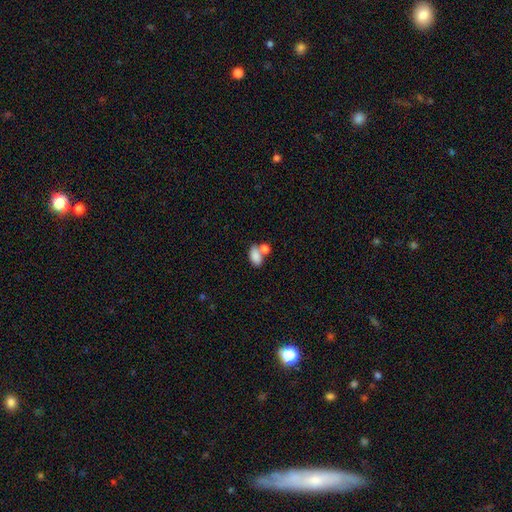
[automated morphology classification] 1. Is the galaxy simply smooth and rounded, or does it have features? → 83% smooth, 9% featured or disk, 8% star or artifact.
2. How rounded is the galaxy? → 91% in between, 7% round, 2% cigar-shaped.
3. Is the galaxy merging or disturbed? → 46% merger, 38% none, 11% minor disturbance, 5% major disturbance.